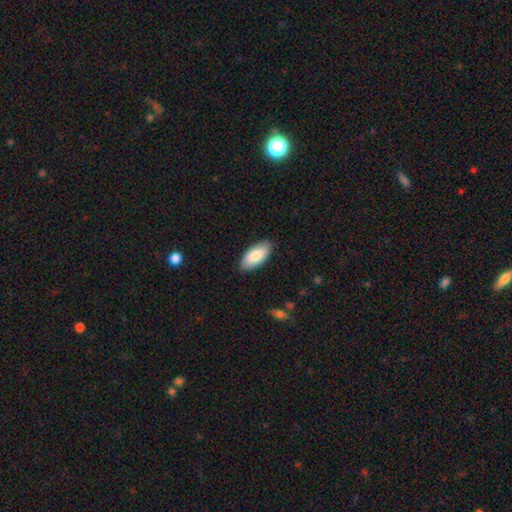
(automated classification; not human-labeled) This is clearly a smooth galaxy (83%). How rounded: clearly in between (92%). Merging: clearly none (85%).